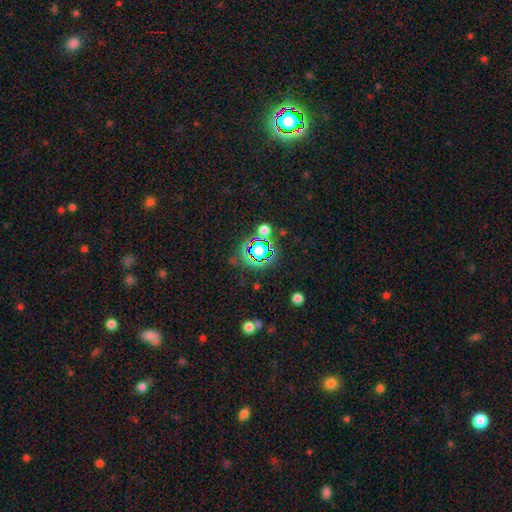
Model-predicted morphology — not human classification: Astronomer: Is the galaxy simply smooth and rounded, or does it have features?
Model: star or artifact — 65%.